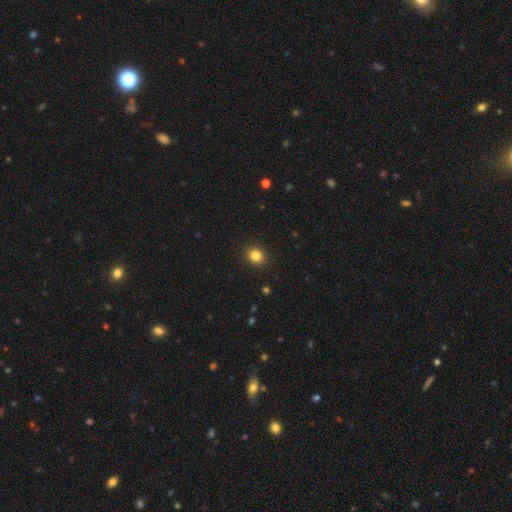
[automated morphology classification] This appears to be a smooth galaxy with no disk features (84%) that is round (73%). Merging: none (91%).